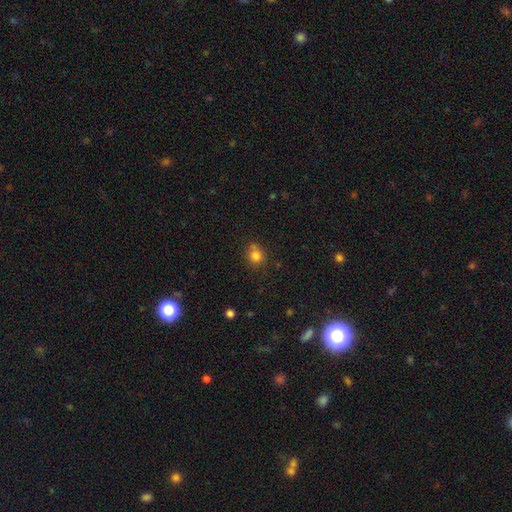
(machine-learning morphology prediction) Overall: smooth (82%). How rounded: round (80%). Merging: none (71%).